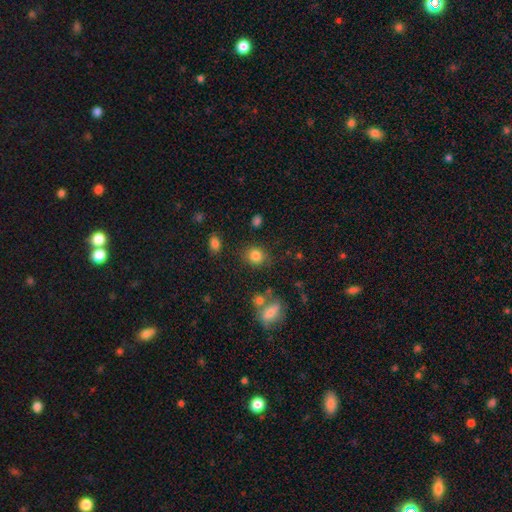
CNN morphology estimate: A smooth galaxy with no disk features (83%) that is round (79%). Merging: none (81%).